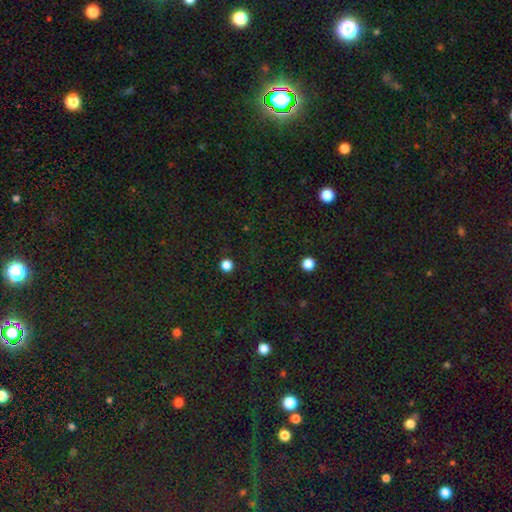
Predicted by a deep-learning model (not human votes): A star or artifact, not a galaxy (78%).